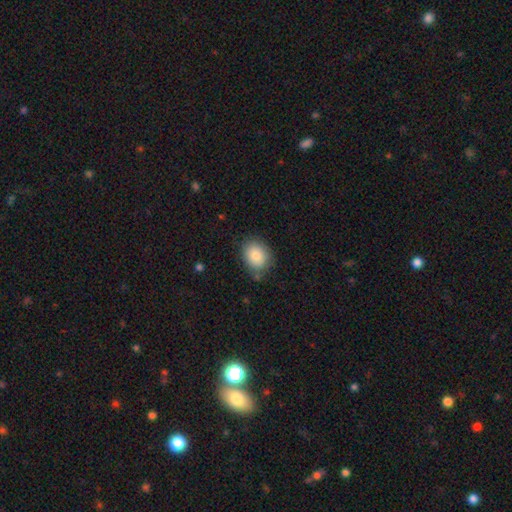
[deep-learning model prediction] Smooth or featured?
  - smooth: 84% *
  - featured or disk: 8%
  - star or artifact: 8%
How rounded?
  - in between: 54% *
  - round: 45%
  - cigar-shaped: 1%
Merging?
  - none: 77% *
  - minor disturbance: 17%
  - major disturbance: 4%
  - merger: 3%